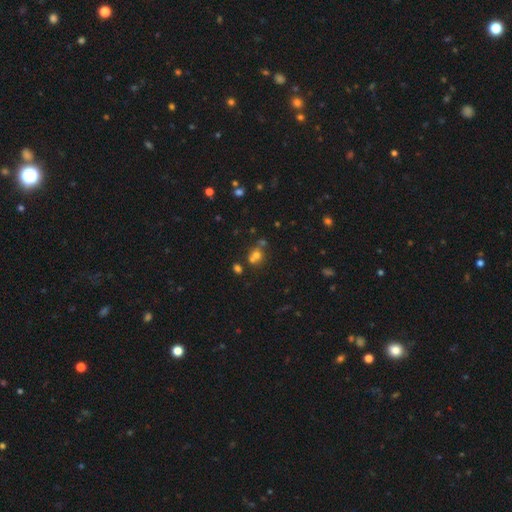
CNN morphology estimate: The model was most divided on "merging": none: 43%, merger: 42%, minor disturbance: 10%, major disturbance: 5%. More confident: how rounded — round (74%); smooth or featured — smooth (61%).